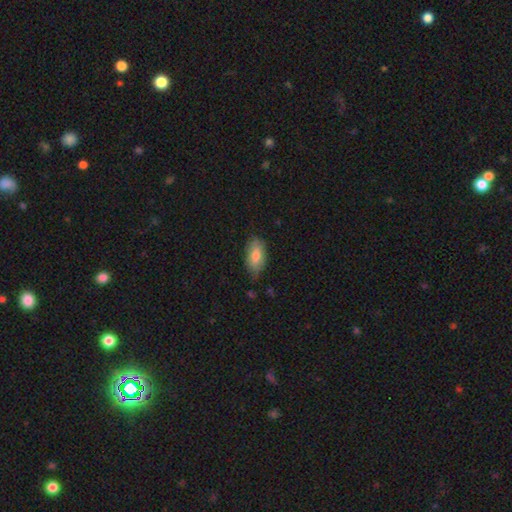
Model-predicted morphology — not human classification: Smooth or featured?
  - smooth: 81% *
  - featured or disk: 13%
  - star or artifact: 6%
How rounded?
  - in between: 90% *
  - cigar-shaped: 7%
  - round: 3%
Merging?
  - none: 74% *
  - minor disturbance: 21%
  - major disturbance: 3%
  - merger: 1%